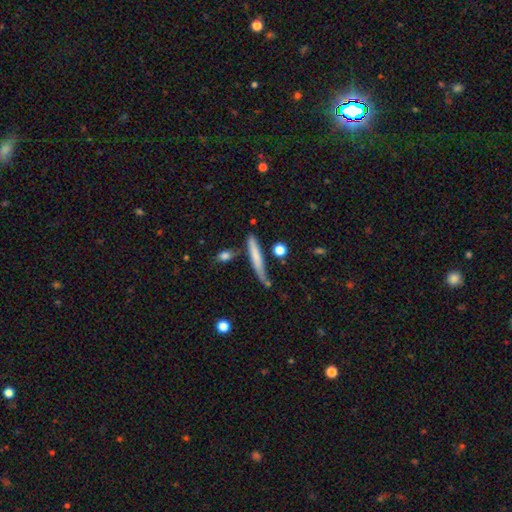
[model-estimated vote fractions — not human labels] A smooth galaxy with no disk features (63%) that is cigar-shaped (93%).

Vote fractions:
- Smooth or featured? smooth: 63% / featured or disk: 30% / star or artifact: 6%
- How rounded? cigar-shaped: 93% / in between: 5% / round: 2%
- Merging? none: 66% / minor disturbance: 21% / merger: 8% / major disturbance: 6%